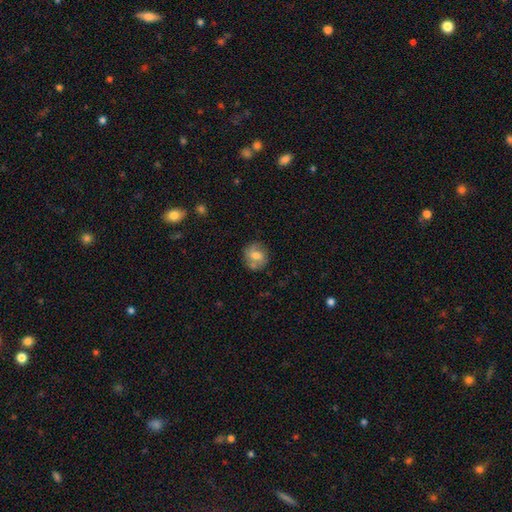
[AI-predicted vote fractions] This appears to be a smooth galaxy with no disk features (65%) that is round (78%). Merging: none (66%).